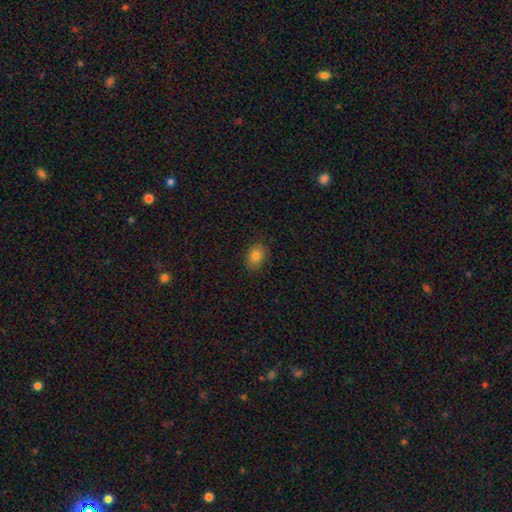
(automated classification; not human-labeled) A smooth galaxy with no disk features (81%) that is in between round and cigar-shaped (71%).

Vote fractions:
- Smooth or featured? smooth: 81% / star or artifact: 10% / featured or disk: 9%
- How rounded? in between: 71% / round: 27% / cigar-shaped: 1%
- Merging? none: 84% / minor disturbance: 12% / major disturbance: 2% / merger: 1%